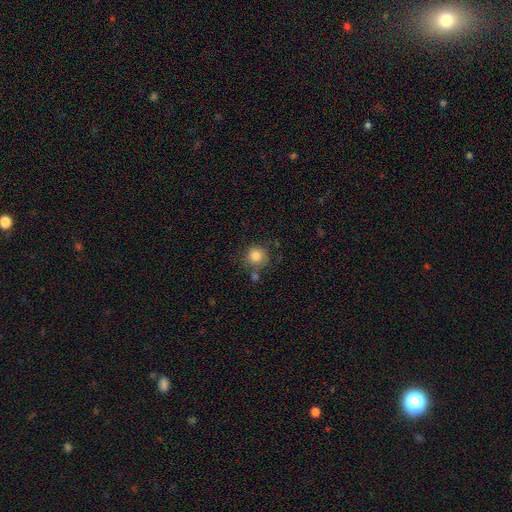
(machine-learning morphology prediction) The model was most divided on "merging": none: 73%, minor disturbance: 14%, merger: 9%, major disturbance: 4%. More confident: how rounded — round (91%); smooth or featured — smooth (85%).